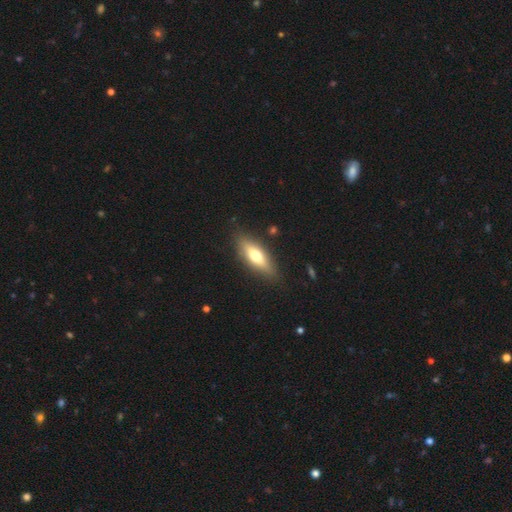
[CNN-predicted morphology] Smooth or featured? Predicted: smooth (p=0.58). How rounded? Predicted: in between (p=0.54). Merging? Predicted: none (p=0.84).